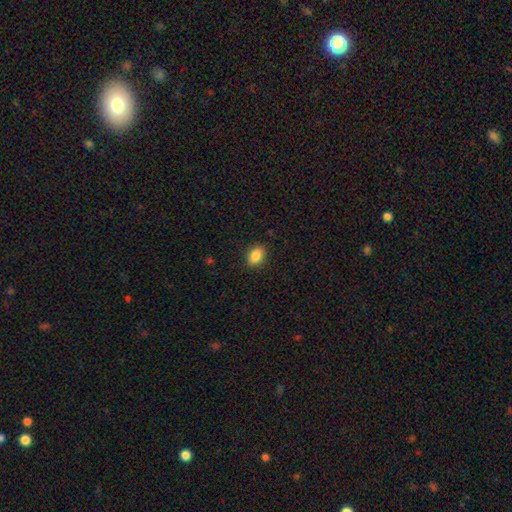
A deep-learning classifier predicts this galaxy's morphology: smooth 87%, star or artifact 9%, featured or disk 4%. Down the decision tree: how rounded — in between (76%); merging — none (89%).